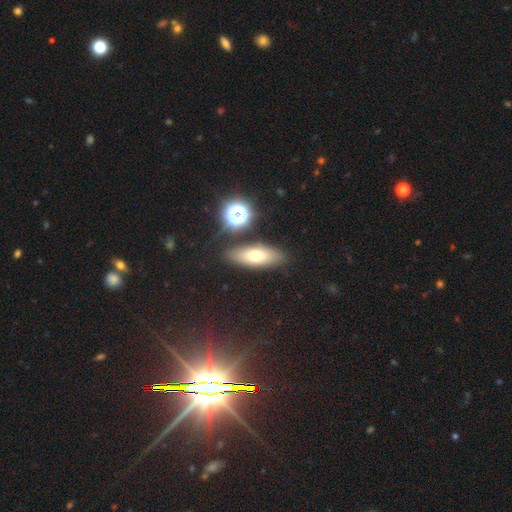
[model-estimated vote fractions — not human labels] A smooth galaxy with no disk features (63%) that is in between round and cigar-shaped (61%). Merging: none (82%).